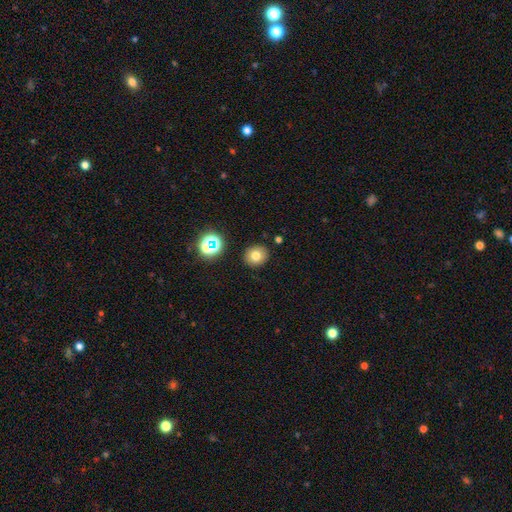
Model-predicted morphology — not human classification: Q: Smooth or featured?
A: smooth (76%); runner-up: star or artifact (15%)
Q: How rounded?
A: round (79%); runner-up: in between (20%)
Q: Merging?
A: none (89%); runner-up: minor disturbance (7%)